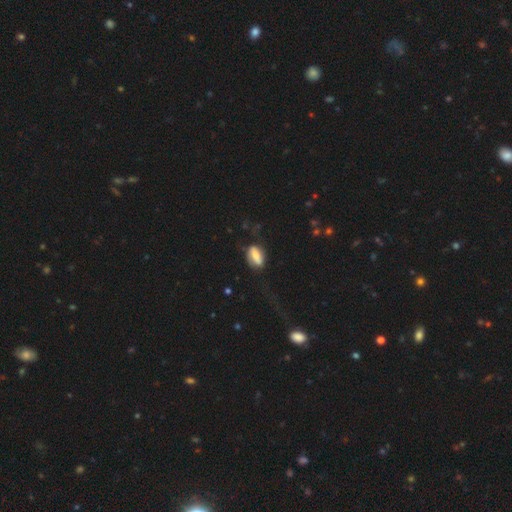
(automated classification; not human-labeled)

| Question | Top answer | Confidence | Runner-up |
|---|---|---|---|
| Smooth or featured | smooth | 63% | featured or disk (29%) |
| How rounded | in between | 83% | cigar-shaped (11%) |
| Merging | none | 50% | minor disturbance (26%) |